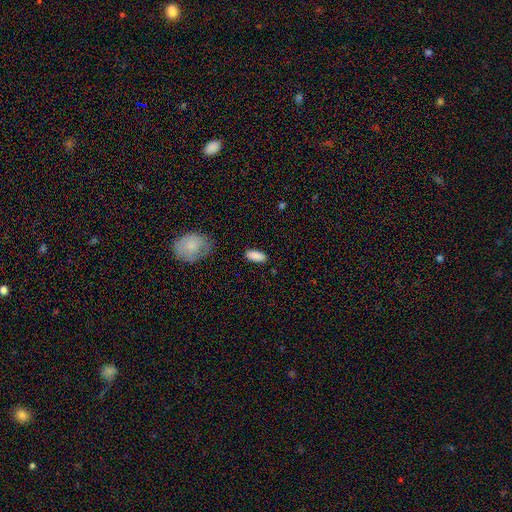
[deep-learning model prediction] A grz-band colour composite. It shows a smooth galaxy with no disk features (88%) that is in between round and cigar-shaped (87%). Merging: none (85%).